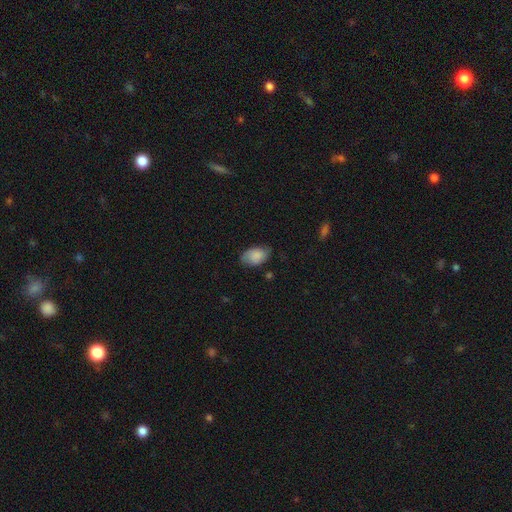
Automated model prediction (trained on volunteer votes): Smooth or featured? smooth (80%)
How rounded? in between (89%)
Merging? none (69%)